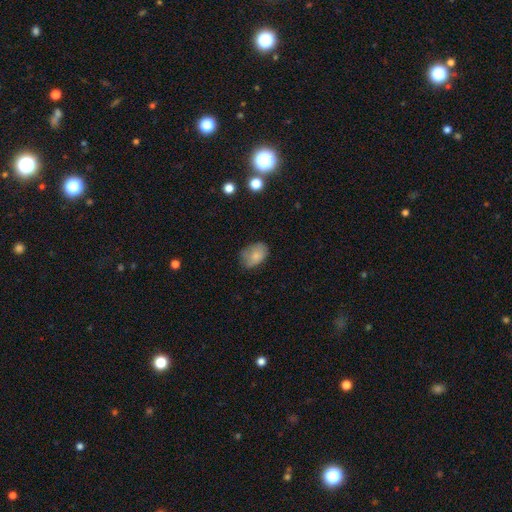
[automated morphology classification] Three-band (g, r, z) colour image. It shows a smooth galaxy with no disk features (77%) that is in between round and cigar-shaped (82%). Merging: none (64%).